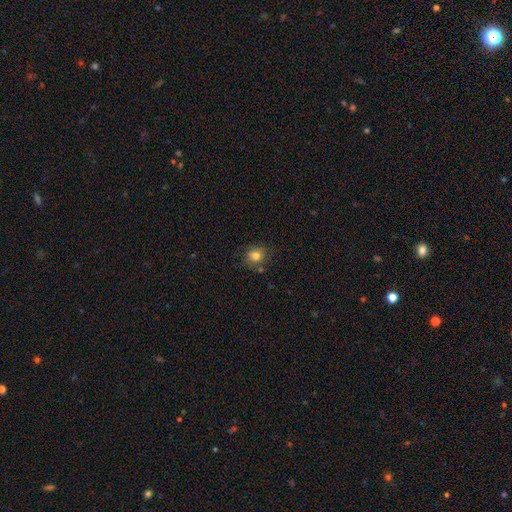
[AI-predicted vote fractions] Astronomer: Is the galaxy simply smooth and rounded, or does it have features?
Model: smooth — 78%.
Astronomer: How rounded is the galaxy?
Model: round — 75%.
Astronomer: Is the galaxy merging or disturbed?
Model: none — 76%.